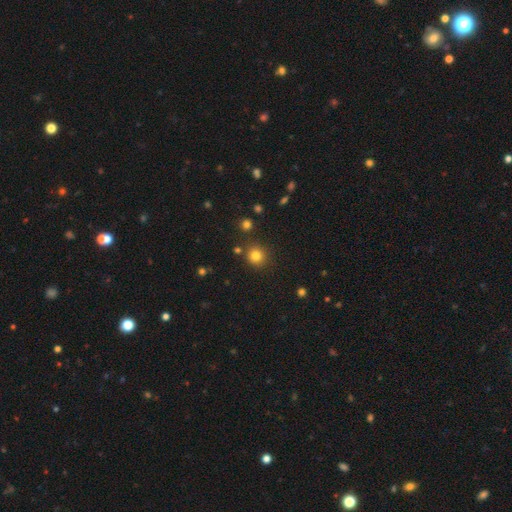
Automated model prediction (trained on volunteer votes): smooth_or_featured: smooth (p=0.81) [alt: star or artifact p=0.14]
how_rounded: round (p=0.92) [alt: in between p=0.07]
merging: none (p=0.85) [alt: minor disturbance p=0.07]